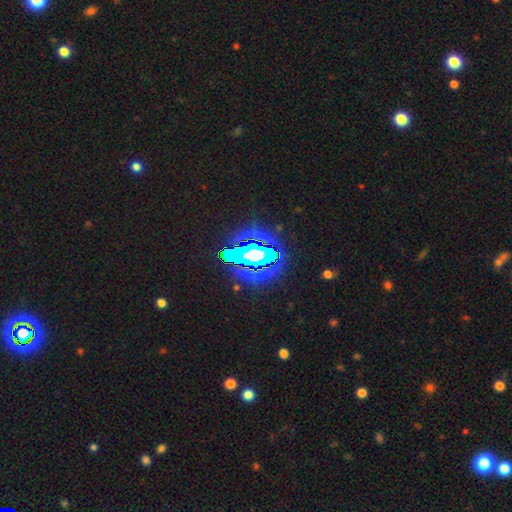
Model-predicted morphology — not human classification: smooth_or_featured: star or artifact (p=0.68) [alt: featured or disk p=0.18]